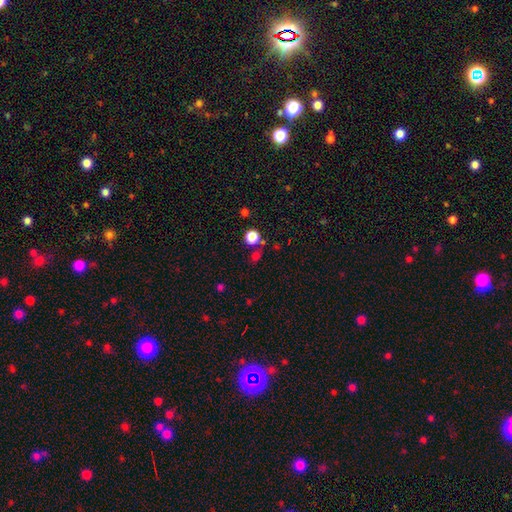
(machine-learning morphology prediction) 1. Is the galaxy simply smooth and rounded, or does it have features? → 66% smooth, 28% star or artifact, 6% featured or disk.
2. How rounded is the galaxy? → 80% round, 18% in between, 2% cigar-shaped.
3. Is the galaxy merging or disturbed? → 71% none, 12% merger, 11% minor disturbance, 6% major disturbance.